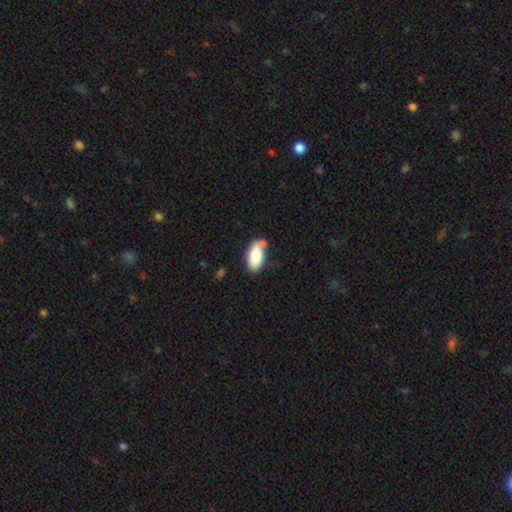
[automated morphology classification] smooth_or_featured: smooth (p=0.83) [alt: featured or disk p=0.11]
how_rounded: in between (p=0.93) [alt: cigar-shaped p=0.04]
merging: none (p=0.68) [alt: minor disturbance p=0.19]